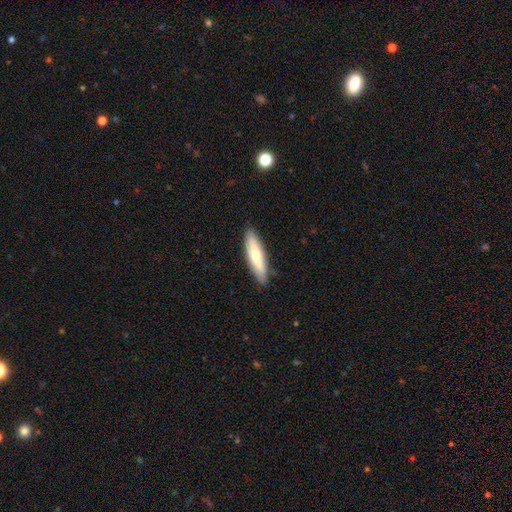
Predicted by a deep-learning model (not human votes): smooth-or-featured: smooth: 67% | featured or disk: 28% | star or artifact: 5%
  how-rounded: cigar-shaped: 72% | in between: 27% | round: 1%
  merging: none: 86% | minor disturbance: 11% | major disturbance: 2% | merger: 1%